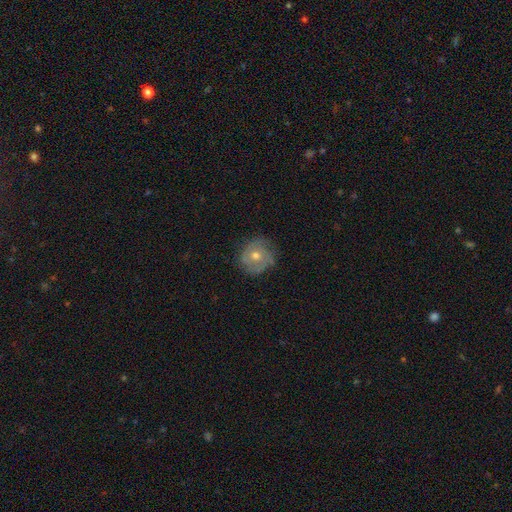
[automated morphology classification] Smooth or featured? featured or disk (70%)
Edge-on disk? no (97%)
Bar? no (80%)
Spiral arms? yes (85%)
Spiral winding? tight (62%)
Spiral arm count? 2 (33%)
Bulge size? moderate (67%)
Merging? none (77%)